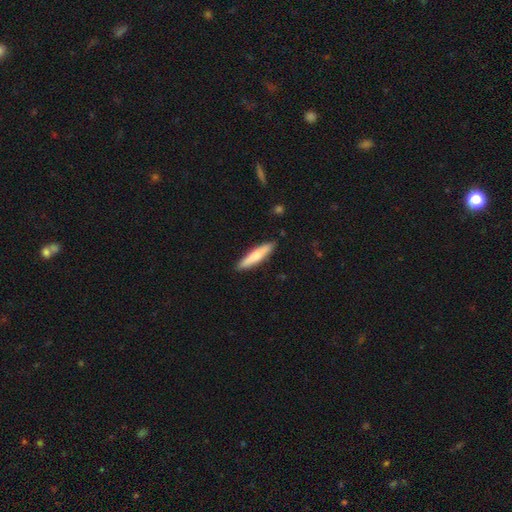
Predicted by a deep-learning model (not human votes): Smooth or featured? Predicted: smooth (p=0.70). How rounded? Predicted: cigar-shaped (p=0.86). Merging? Predicted: none (p=0.89).